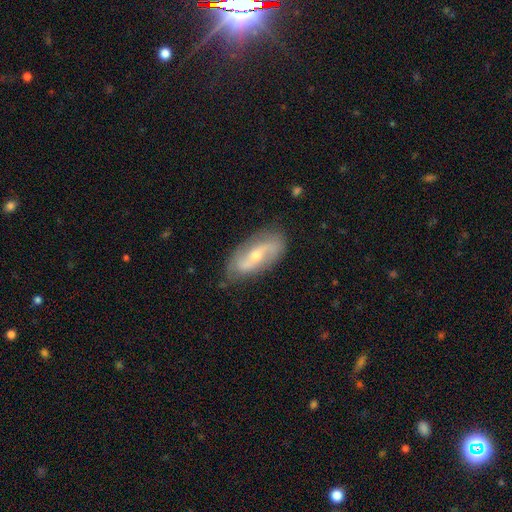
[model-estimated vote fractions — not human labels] This appears to be a featured or disk galaxy (78%) with no bar (39%), 2 (89%) loose (58%) spiral arms (88%) and a small central bulge (52%). Merging: none (81%).